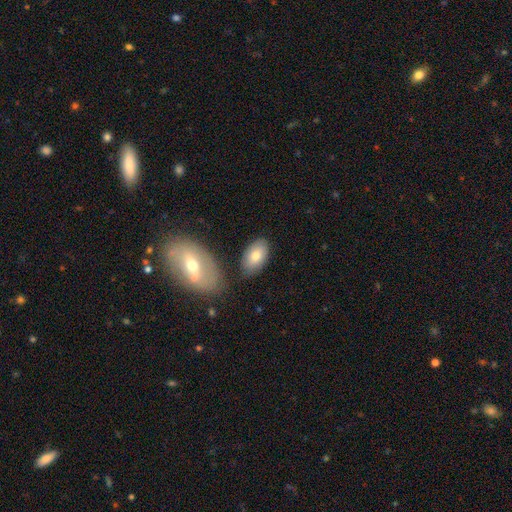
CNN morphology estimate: This is likely a smooth galaxy (77%). How rounded: clearly in between (93%). Merging: likely none (74%).